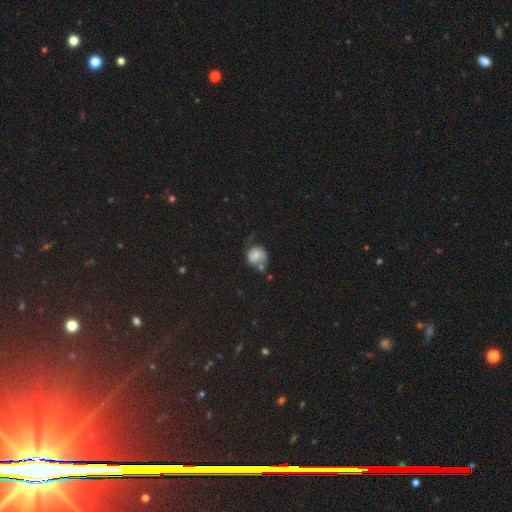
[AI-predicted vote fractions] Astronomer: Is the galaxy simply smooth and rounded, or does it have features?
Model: smooth — 55% (runner-up: featured or disk, 33%).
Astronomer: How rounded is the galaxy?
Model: round — 74%.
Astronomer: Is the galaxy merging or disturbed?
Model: none — 37% (runner-up: minor disturbance, 26%).